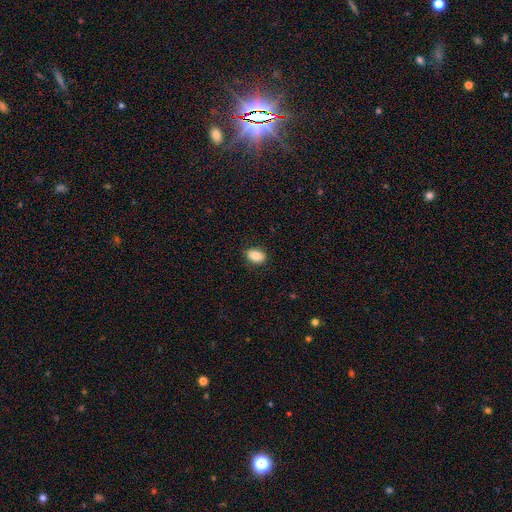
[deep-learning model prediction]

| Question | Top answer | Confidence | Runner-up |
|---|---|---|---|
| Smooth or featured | smooth | 84% | star or artifact (8%) |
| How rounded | in between | 78% | round (21%) |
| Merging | none | 86% | minor disturbance (11%) |